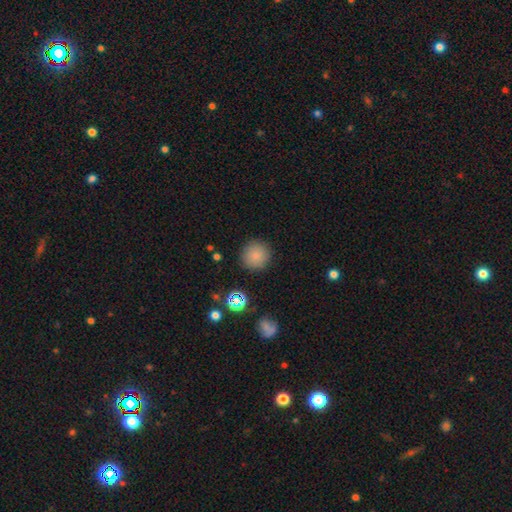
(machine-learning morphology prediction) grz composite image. It shows a smooth galaxy with no disk features (83%) that is round (94%). Merging: none (89%).